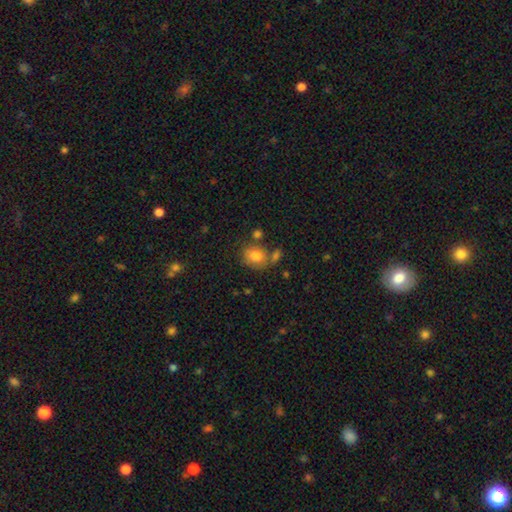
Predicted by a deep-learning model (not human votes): The model was most divided on "how rounded": round: 55%, in between: 44%, cigar-shaped: 1%. More confident: smooth or featured — smooth (80%); merging — none (61%).